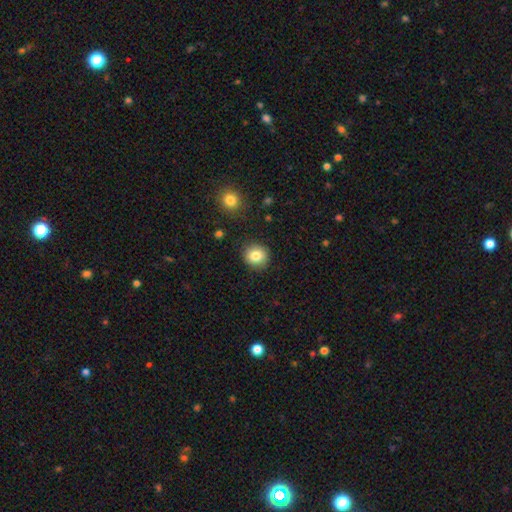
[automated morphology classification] Smooth or featured? smooth (83%)
How rounded? round (89%)
Merging? none (89%)